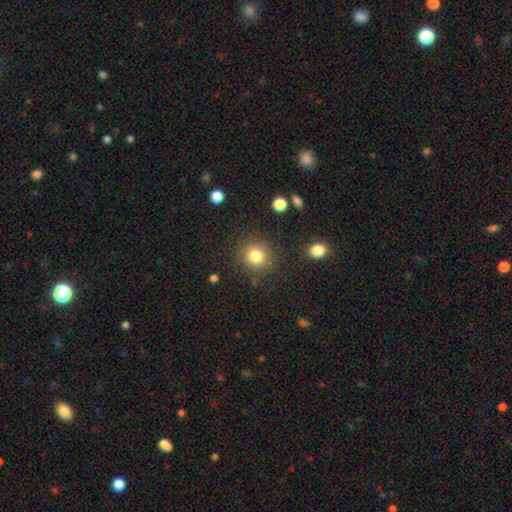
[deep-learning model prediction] smooth 81%, star or artifact 12%, featured or disk 7%. Down the decision tree: how rounded — round (91%); merging — none (84%).